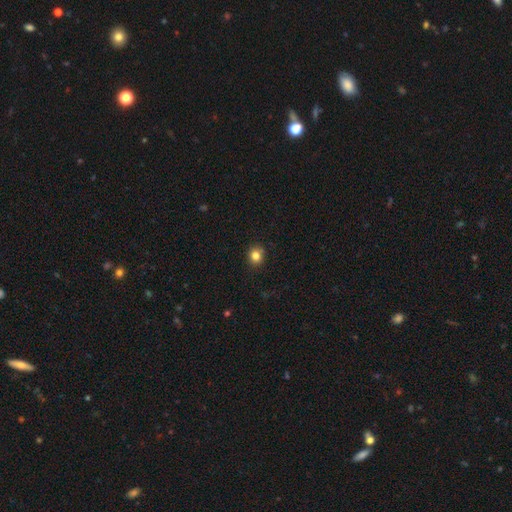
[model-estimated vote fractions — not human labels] This is clearly a smooth galaxy (83%). How rounded: likely round (78%). Merging: clearly none (89%).